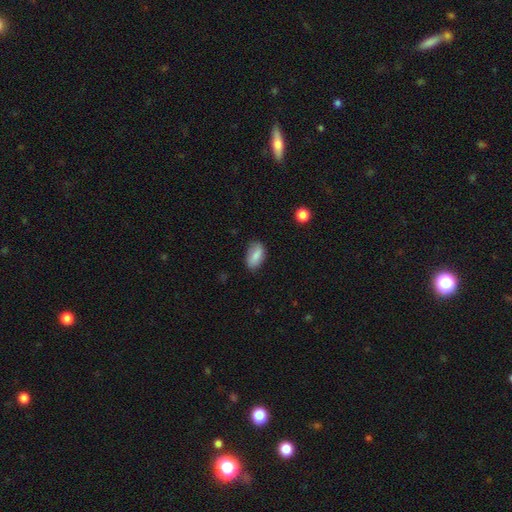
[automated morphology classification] The model was most divided on "merging": none: 77%, minor disturbance: 18%, major disturbance: 3%, merger: 1%. More confident: how rounded — in between (92%); smooth or featured — smooth (83%).